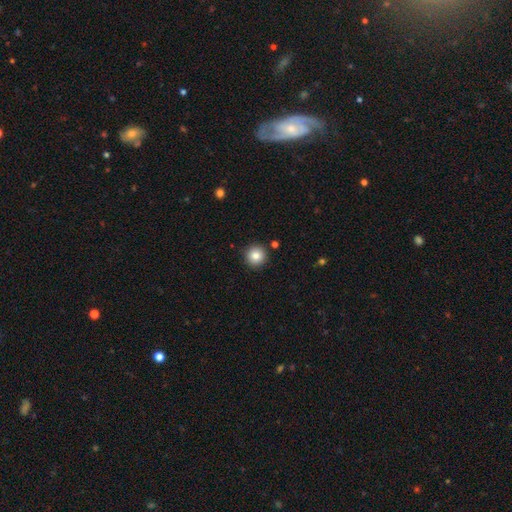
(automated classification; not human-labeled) Smooth or featured? smooth (83%)
How rounded? round (95%)
Merging? none (90%)